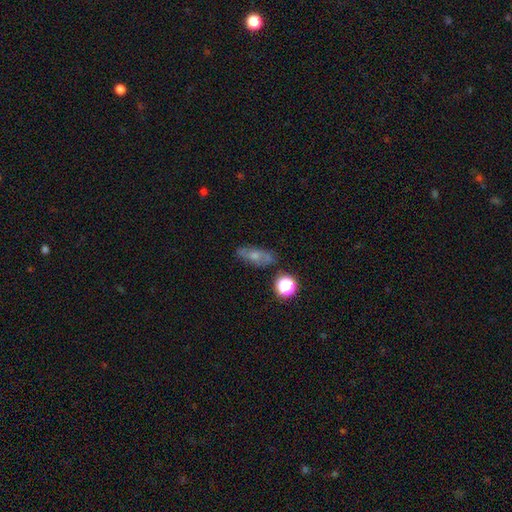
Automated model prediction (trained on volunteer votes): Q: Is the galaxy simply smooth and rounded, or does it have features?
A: smooth — 46%.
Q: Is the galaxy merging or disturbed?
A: none — 74%.